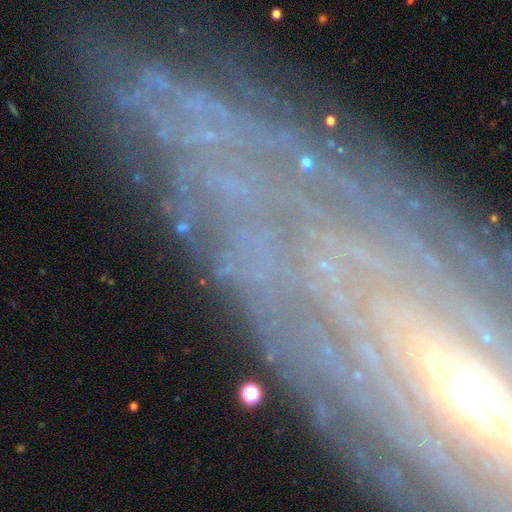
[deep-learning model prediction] This appears to be a featured or disk galaxy (53%). Merging: none (73%).